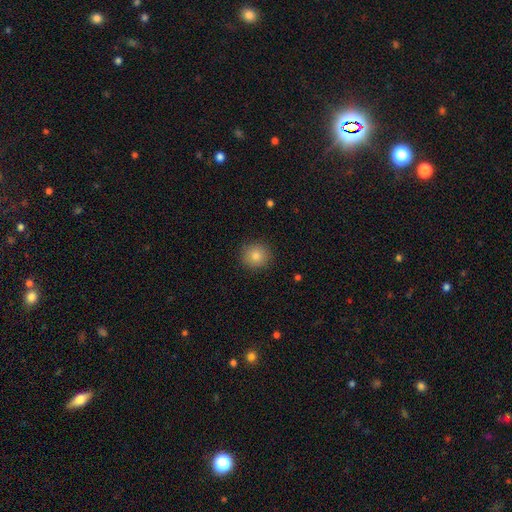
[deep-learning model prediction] Morphology: type=smooth (82%); roundness=round (91%); merging=none (91%).